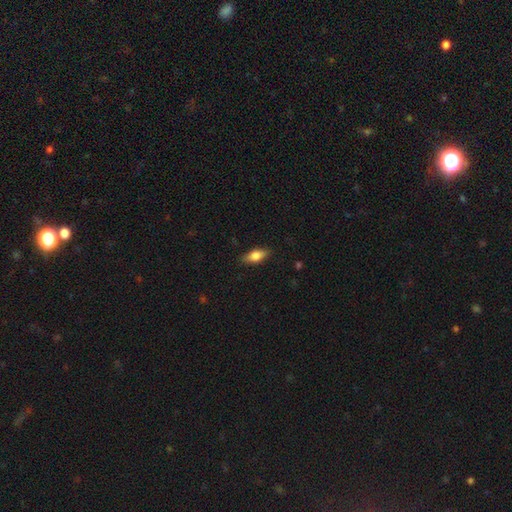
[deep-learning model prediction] Smooth or featured: smooth — 71% (featured or disk — 22%)
How rounded: in between — 79% (cigar-shaped — 17%)
Merging: none — 85% (minor disturbance — 11%)